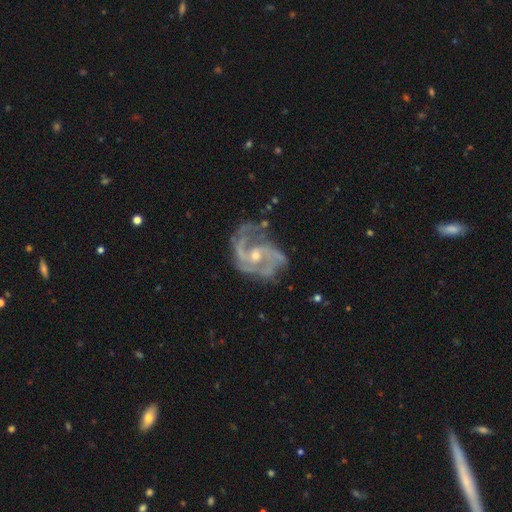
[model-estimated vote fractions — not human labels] smooth_or_featured: featured or disk (p=0.91) [alt: star or artifact p=0.06]
disk_edge_on: no (p=0.98) [alt: yes p=0.02]
bar: no (p=0.57) [alt: weak p=0.34]
has_spiral_arms: yes (p=0.97) [alt: no p=0.03]
spiral_winding: medium (p=0.53) [alt: tight p=0.32]
spiral_arm_count: 2 (p=0.45) [alt: 3 p=0.29]
bulge_size: small (p=0.50) [alt: moderate p=0.46]
merging: none (p=0.57) [alt: minor disturbance p=0.24]